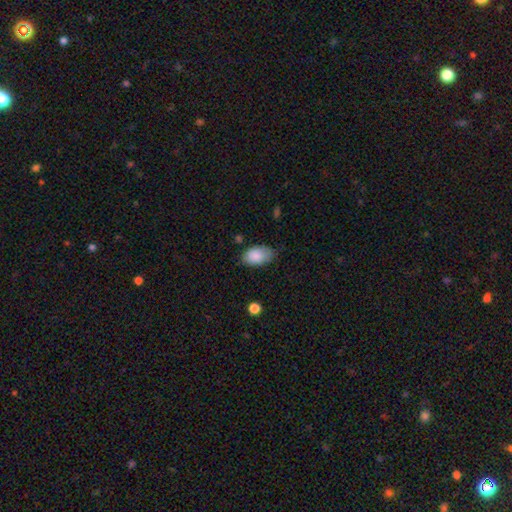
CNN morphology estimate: This is clearly a smooth galaxy (87%). How rounded: clearly in between (92%). Merging: likely none (68%).